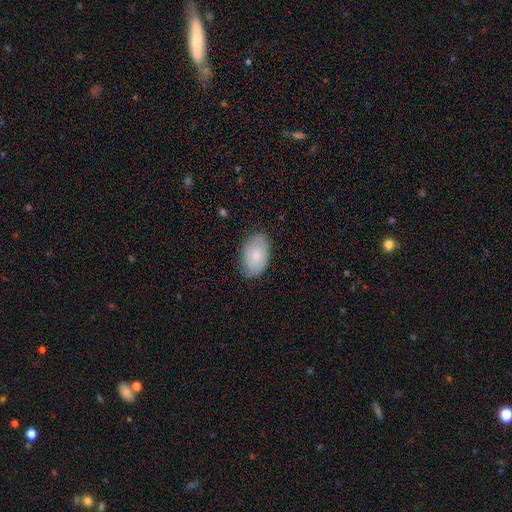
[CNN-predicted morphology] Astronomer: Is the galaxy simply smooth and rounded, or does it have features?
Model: smooth — 71%.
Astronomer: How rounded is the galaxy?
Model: in between — 93%.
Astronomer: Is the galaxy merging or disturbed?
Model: none — 78%.